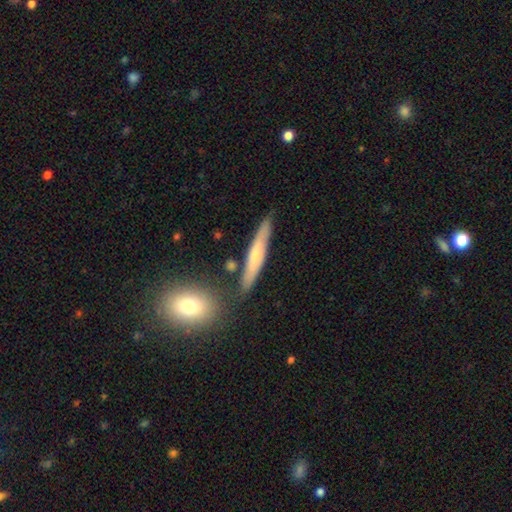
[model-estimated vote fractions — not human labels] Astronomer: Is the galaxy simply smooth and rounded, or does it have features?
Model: smooth — 49% (runner-up: featured or disk, 44%).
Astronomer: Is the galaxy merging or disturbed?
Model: none — 77%.